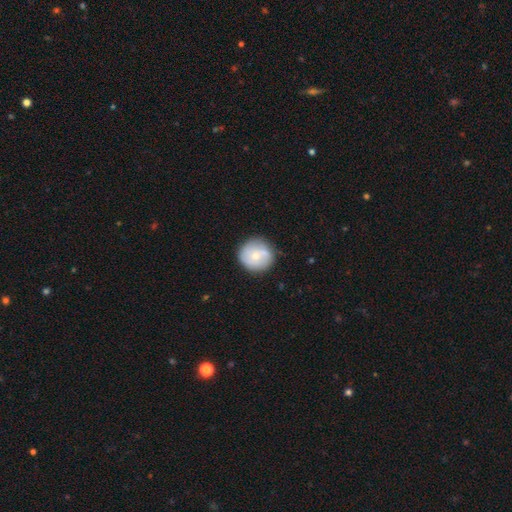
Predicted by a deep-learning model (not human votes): smooth_or_featured: smooth (p=0.56) [alt: featured or disk p=0.37]
how_rounded: round (p=0.92) [alt: in between p=0.07]
merging: none (p=0.76) [alt: minor disturbance p=0.16]